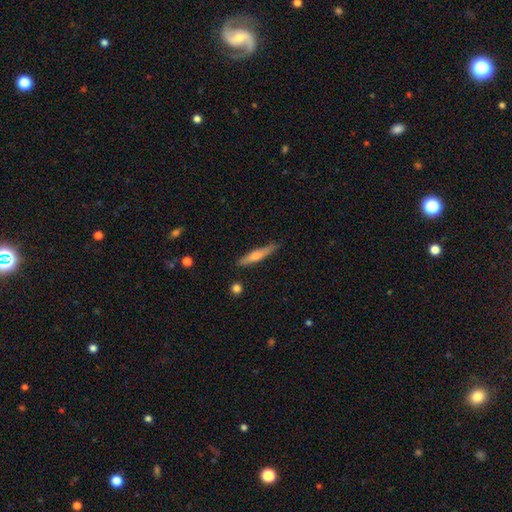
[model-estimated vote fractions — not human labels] Morphology: type=smooth (56%); roundness=cigar-shaped (91%); merging=none (85%).